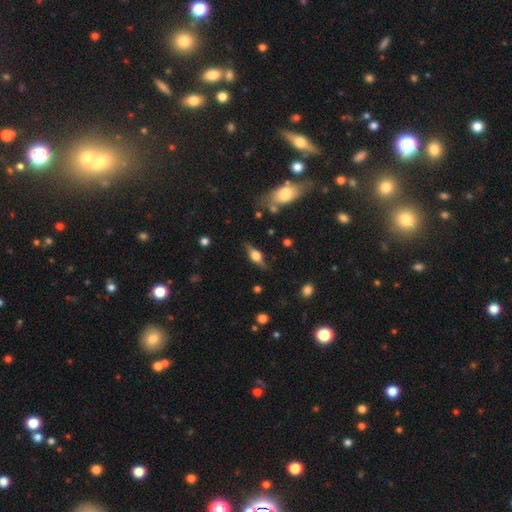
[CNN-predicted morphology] A featured or disk galaxy (62%) viewed edge-on (93%) with a rounded central bulge (91%).

Vote fractions:
- Smooth or featured? featured or disk: 62% / smooth: 30% / star or artifact: 8%
- Edge-on disk? yes: 93% / no: 7%
- Edge-on bulge? rounded: 91% / boxy: 8% / none: 1%
- Merging? none: 80% / minor disturbance: 14% / major disturbance: 4% / merger: 2%